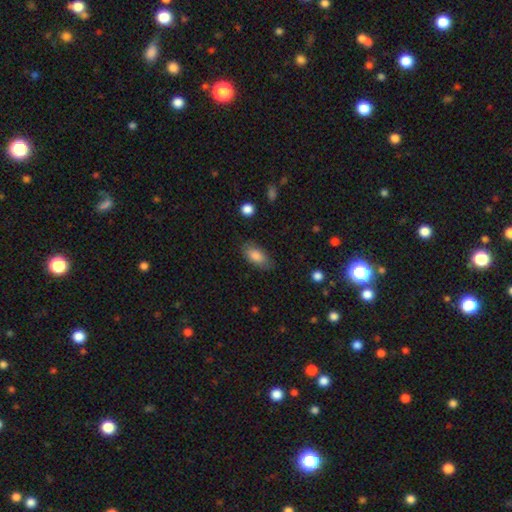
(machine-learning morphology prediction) type=smooth (84%); roundness=in between (90%); merging=none (79%).